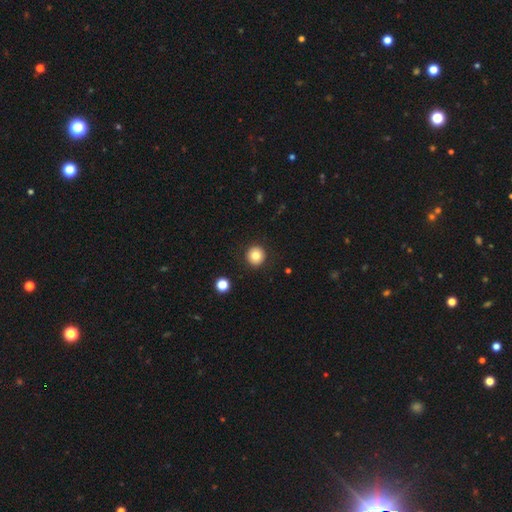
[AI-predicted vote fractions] Smooth or featured: smooth — 81% (star or artifact — 11%)
How rounded: round — 94% (in between — 5%)
Merging: none — 91% (minor disturbance — 6%)